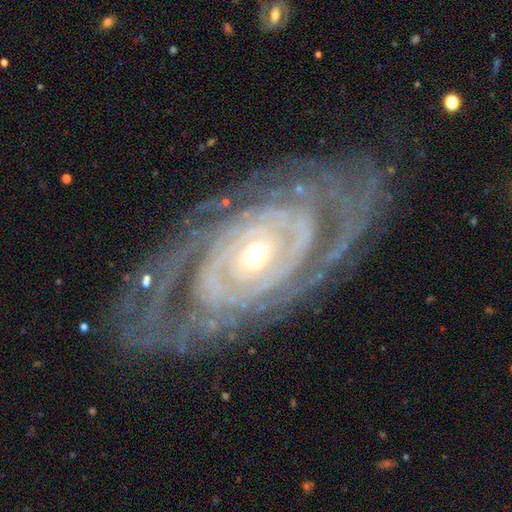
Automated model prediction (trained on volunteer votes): Smooth or featured? Predicted: featured or disk (p=0.91). Edge-on disk? Predicted: no (p=0.95). Bar? Predicted: no (p=0.69). Spiral arms? Predicted: yes (p=0.95). Spiral winding? Predicted: tight (p=0.72). Spiral arm count? Predicted: 2 (p=0.32). Bulge size? Predicted: moderate (p=0.61). Merging? Predicted: none (p=0.66).